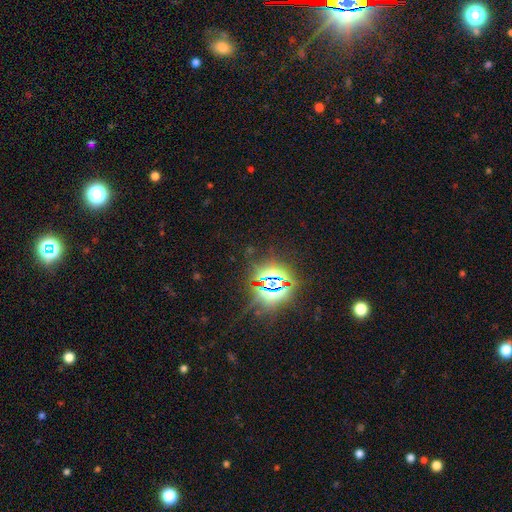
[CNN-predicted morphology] Smooth or featured? Predicted: star or artifact (p=0.85).